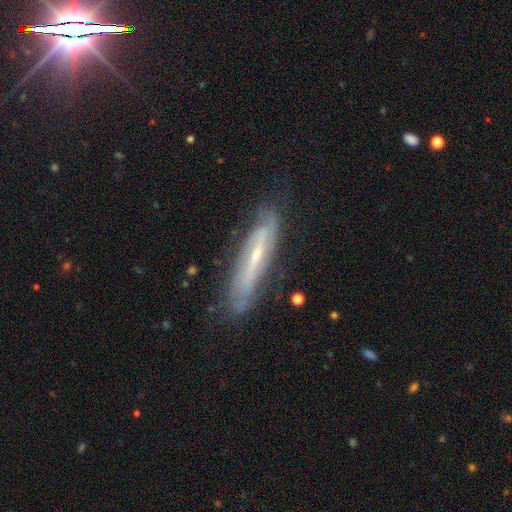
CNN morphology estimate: featured or disk 73%, smooth 20%, star or artifact 7%. Down the decision tree: edge-on disk — yes (52%); merging — none (73%).